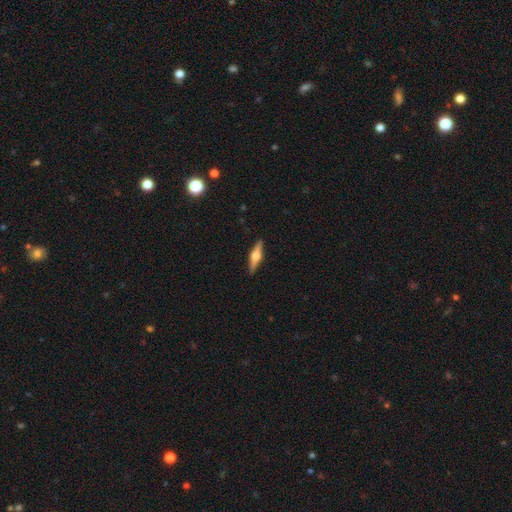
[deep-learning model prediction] The model was most divided on "smooth or featured": featured or disk: 68%, smooth: 26%, star or artifact: 6%. More confident: edge-on disk — yes (97%); edge-on bulge — rounded (93%); merging — none (90%).